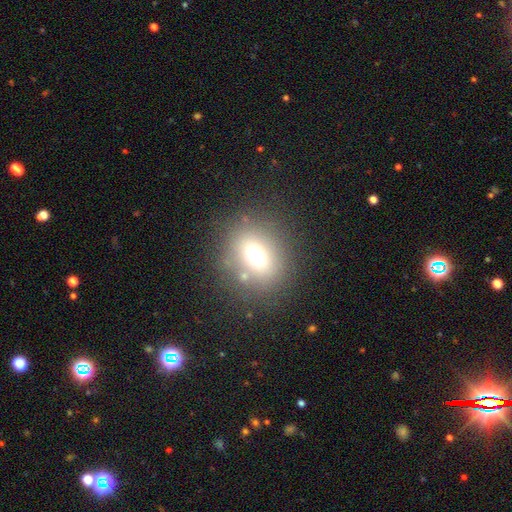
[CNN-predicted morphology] Smooth or featured: smooth — 65% (star or artifact — 17%)
How rounded: in between — 49% (tied with round — 49%)
Merging: none — 76% (minor disturbance — 11%)